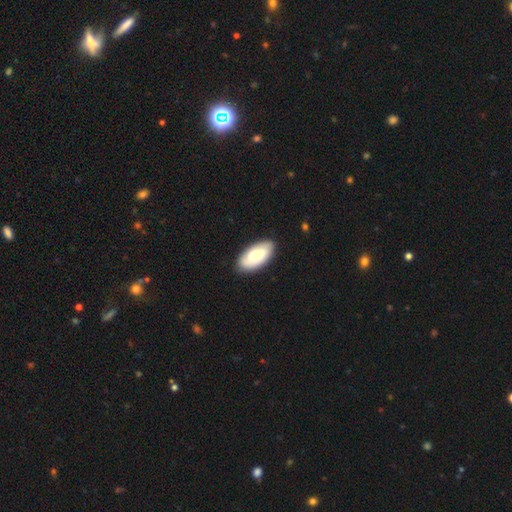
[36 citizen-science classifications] Smooth or featured? 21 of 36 (58%) said smooth. How rounded? 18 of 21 (86%) said in between. Merging? 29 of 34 (85%) said none.